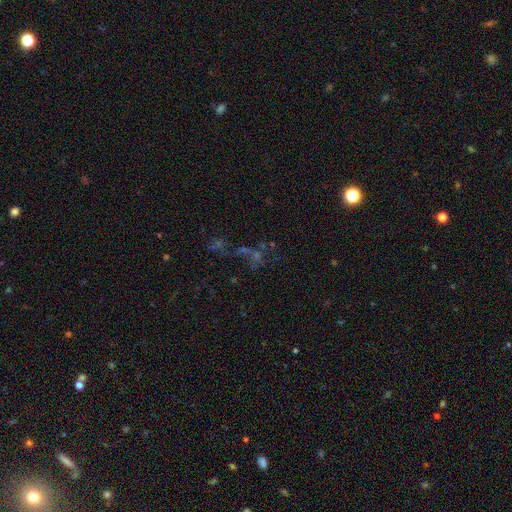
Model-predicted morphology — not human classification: Smooth or featured: star or artifact — 53% (featured or disk — 26%)